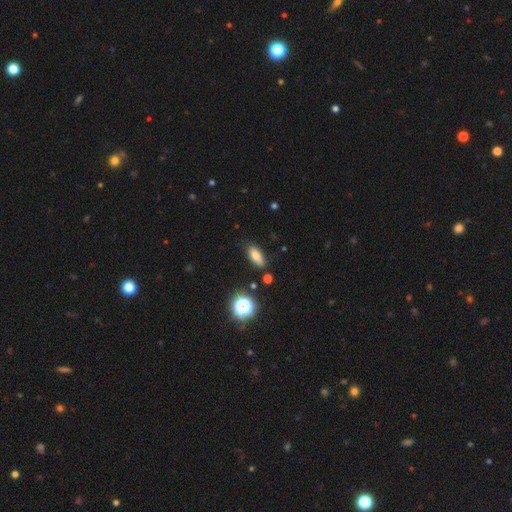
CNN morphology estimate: smooth-or-featured: smooth: 77% | star or artifact: 12% | featured or disk: 12%
  how-rounded: in between: 69% | cigar-shaped: 25% | round: 7%
  merging: none: 81% | minor disturbance: 13% | major disturbance: 3% | merger: 2%